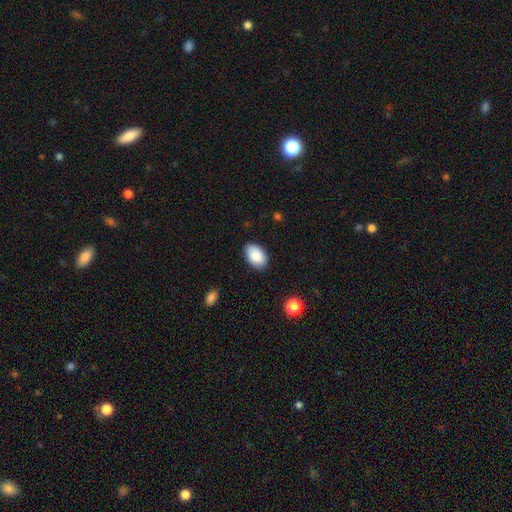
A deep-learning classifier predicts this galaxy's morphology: The model was most divided on "merging": none: 84%, minor disturbance: 13%, major disturbance: 2%, merger: 1%. More confident: how rounded — in between (92%); smooth or featured — smooth (88%).